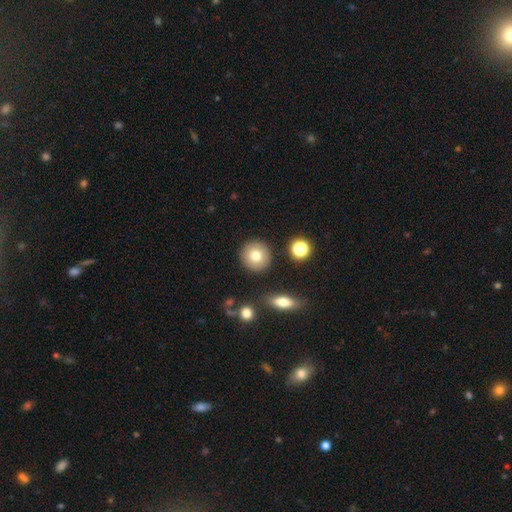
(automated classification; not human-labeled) smooth_or_featured: smooth (p=0.76) [alt: featured or disk p=0.15]
how_rounded: round (p=0.93) [alt: in between p=0.06]
merging: none (p=0.88) [alt: minor disturbance p=0.07]